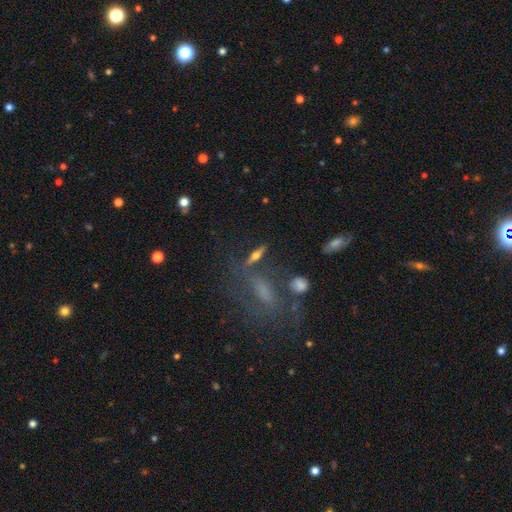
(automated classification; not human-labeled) A featured or disk galaxy (55%) viewed edge-on (88%).

Vote fractions:
- Smooth or featured? featured or disk: 55% / smooth: 33% / star or artifact: 12%
- Edge-on disk? yes: 88% / no: 12%
- Merging? none: 74% / minor disturbance: 13% / merger: 7% / major disturbance: 6%